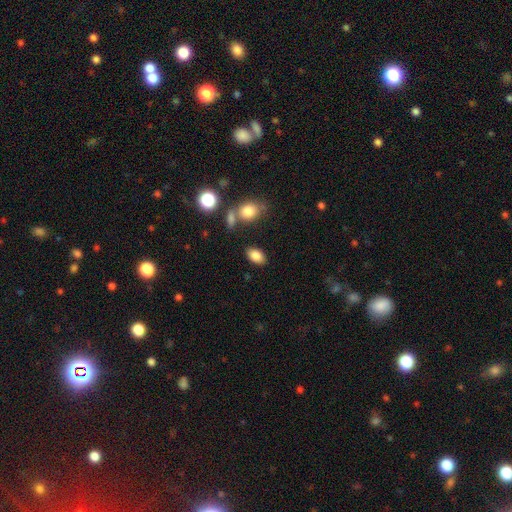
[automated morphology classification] Smooth or featured: smooth — 84% (star or artifact — 9%)
How rounded: in between — 89% (round — 9%)
Merging: none — 81% (minor disturbance — 10%)